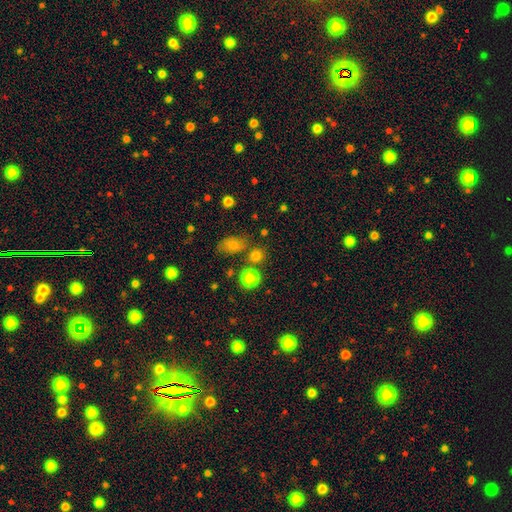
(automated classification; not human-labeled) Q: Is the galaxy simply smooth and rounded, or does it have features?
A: smooth — 78%.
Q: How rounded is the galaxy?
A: round — 80%.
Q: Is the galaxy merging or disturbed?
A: none — 72%.